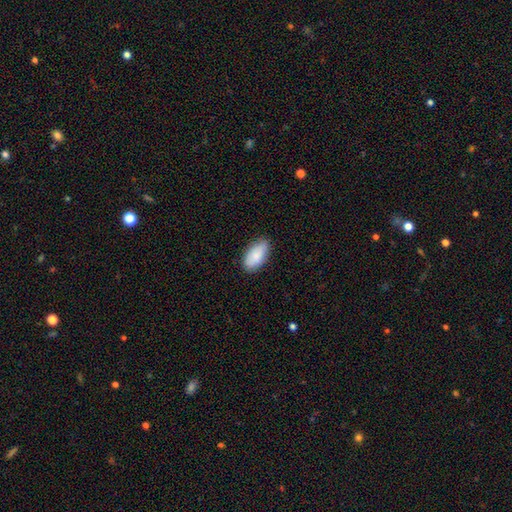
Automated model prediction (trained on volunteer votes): This appears to be a smooth galaxy with no disk features (85%) that is in between round and cigar-shaped (94%). Merging: none (83%).